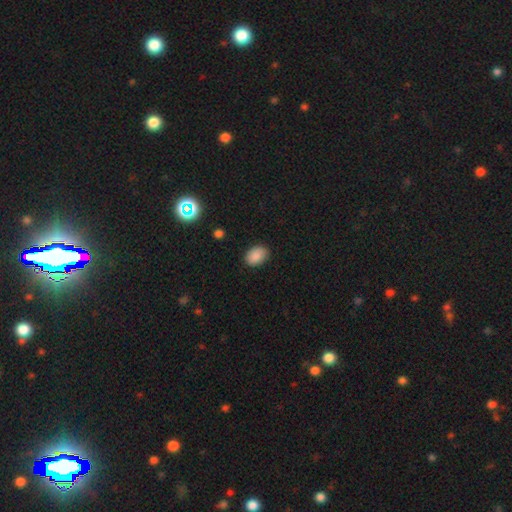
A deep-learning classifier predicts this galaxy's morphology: type=smooth (88%); roundness=in between (81%); merging=none (86%).